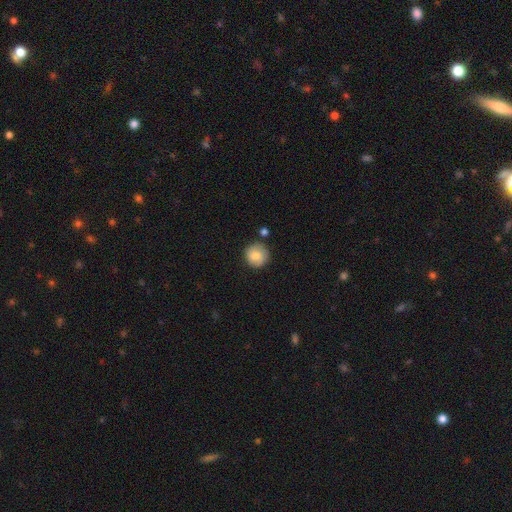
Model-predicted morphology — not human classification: Smooth or featured? Predicted: smooth (p=0.83). How rounded? Predicted: round (p=0.94). Merging? Predicted: none (p=0.81).